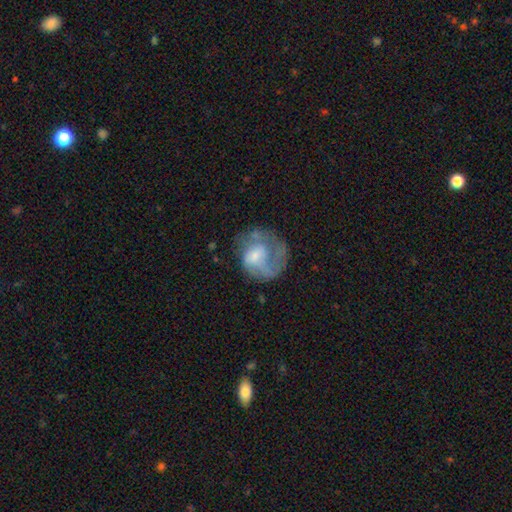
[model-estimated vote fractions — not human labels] Q: Smooth or featured?
A: featured or disk (53%); runner-up: smooth (38%)
Q: Edge-on disk?
A: no (97%); runner-up: yes (3%)
Q: Bar?
A: no (61%); runner-up: weak (33%)
Q: Spiral arms?
A: yes (61%); runner-up: no (39%)
Q: Bulge size?
A: small (41%); runner-up: moderate (34%)
Q: Merging?
A: none (45%); runner-up: major disturbance (30%)